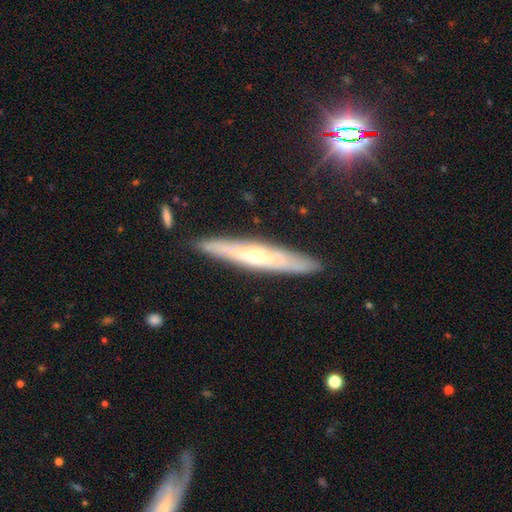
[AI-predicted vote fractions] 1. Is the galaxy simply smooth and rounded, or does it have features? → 67% featured or disk, 26% smooth, 7% star or artifact.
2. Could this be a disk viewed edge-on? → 83% yes, 17% no.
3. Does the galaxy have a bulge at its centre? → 78% rounded, 18% none, 3% boxy.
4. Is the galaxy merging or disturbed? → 88% none, 9% minor disturbance, 2% major disturbance, 1% merger.